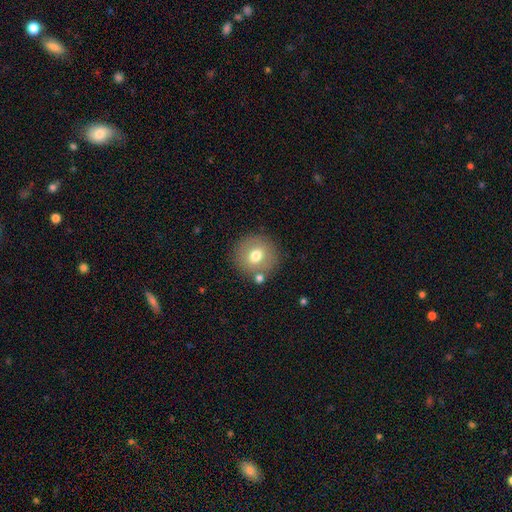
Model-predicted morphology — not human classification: Smooth or featured? smooth (71%)
How rounded? round (92%)
Merging? none (82%)